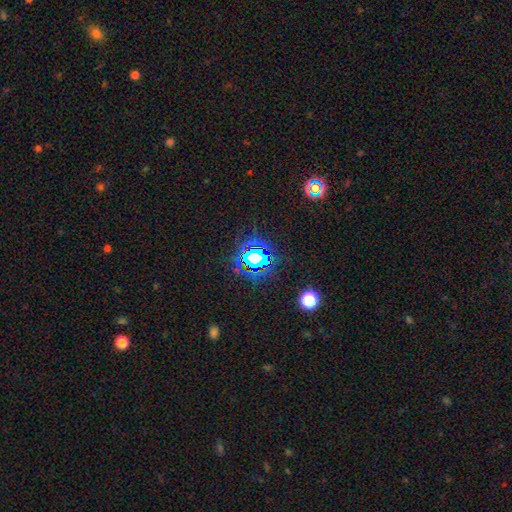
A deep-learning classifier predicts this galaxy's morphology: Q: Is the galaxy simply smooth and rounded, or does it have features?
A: star or artifact — 74%.